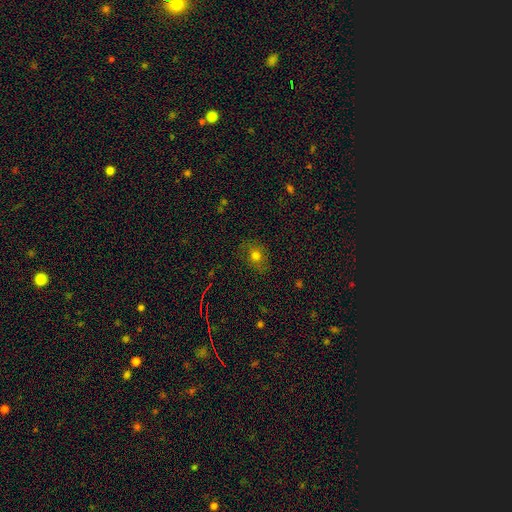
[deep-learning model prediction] The model was most divided on "how rounded": round: 57%, in between: 42%, cigar-shaped: 2%. More confident: merging — none (76%); smooth or featured — smooth (68%).